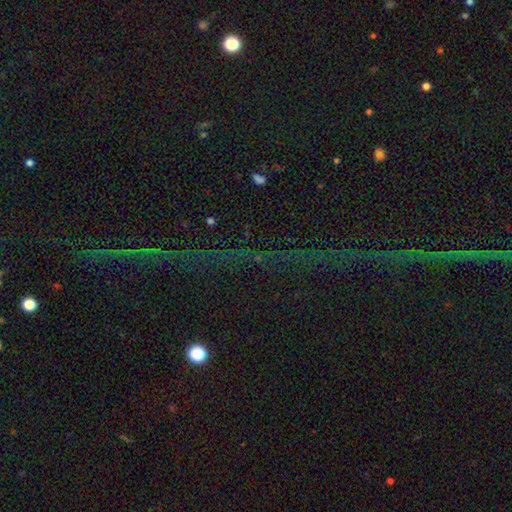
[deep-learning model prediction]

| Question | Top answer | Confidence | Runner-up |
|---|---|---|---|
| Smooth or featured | star or artifact | 84% | featured or disk (10%) |